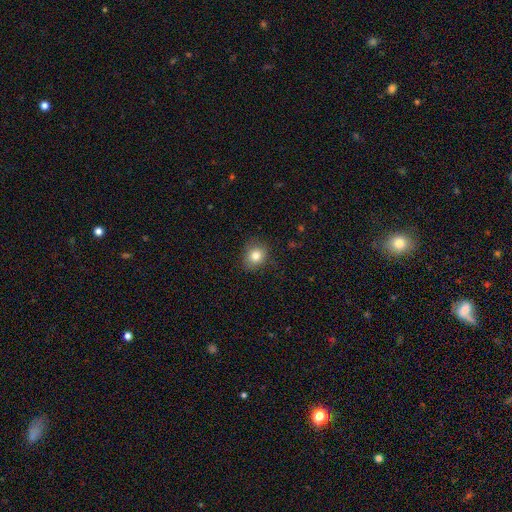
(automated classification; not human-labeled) This appears to be a smooth galaxy with no disk features (81%) that is round (67%). Merging: none (82%).